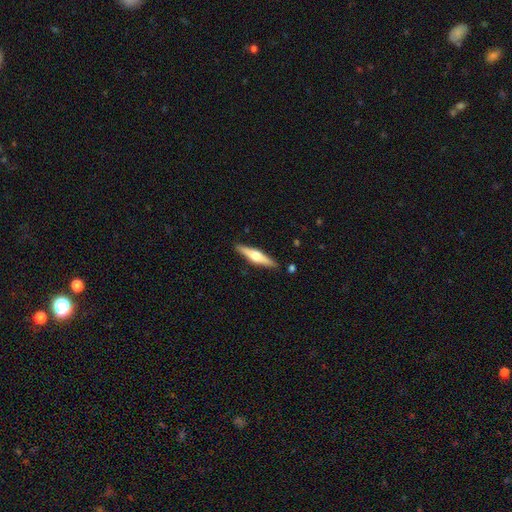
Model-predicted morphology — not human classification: This appears to be a featured or disk galaxy (62%) viewed edge-on (96%) with a rounded central bulge (93%). Merging: none (89%).